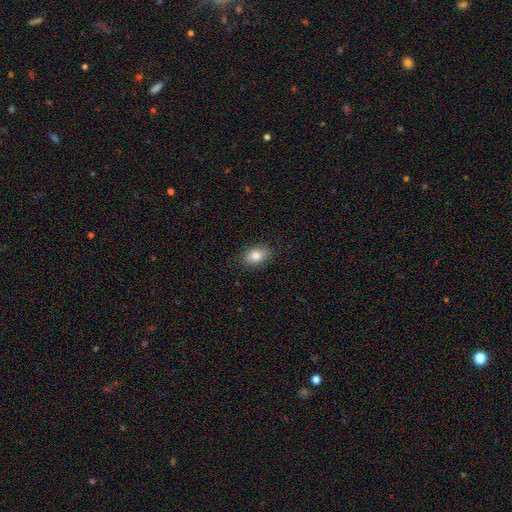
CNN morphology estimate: Smooth or featured? Predicted: smooth (p=0.82). How rounded? Predicted: in between (p=0.85). Merging? Predicted: none (p=0.87).